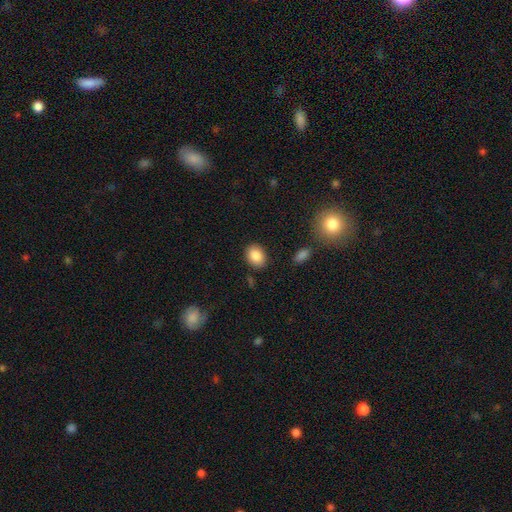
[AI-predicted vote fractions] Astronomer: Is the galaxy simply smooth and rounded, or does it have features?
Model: smooth — 86%.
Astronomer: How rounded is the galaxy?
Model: in between — 68%.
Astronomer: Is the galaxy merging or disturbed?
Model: none — 86%.